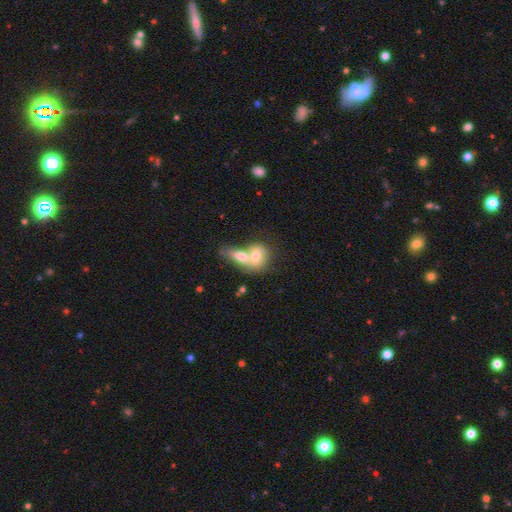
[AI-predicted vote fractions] The model was most divided on "how rounded": in between: 64%, round: 30%, cigar-shaped: 6%. More confident: merging — merger (74%); smooth or featured — smooth (68%).